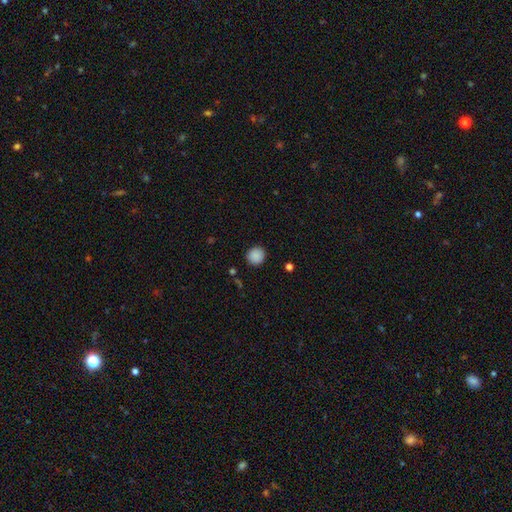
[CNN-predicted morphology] This is clearly a smooth galaxy (88%). How rounded: clearly round (91%). Merging: clearly none (90%).